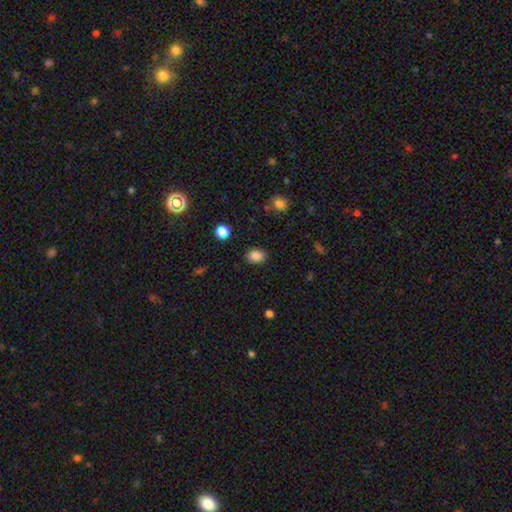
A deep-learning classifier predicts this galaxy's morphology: A smooth galaxy with no disk features (86%) that is in between round and cigar-shaped (66%).

Vote fractions:
- Smooth or featured? smooth: 86% / star or artifact: 10% / featured or disk: 4%
- How rounded? in between: 66% / round: 33% / cigar-shaped: 1%
- Merging? none: 87% / minor disturbance: 9% / major disturbance: 3% / merger: 1%